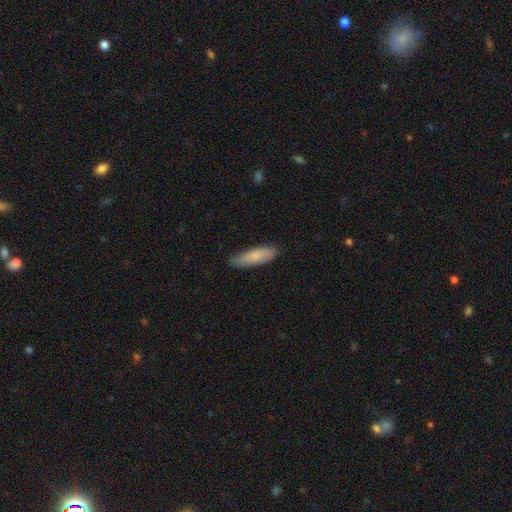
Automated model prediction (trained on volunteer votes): Q: Smooth or featured?
A: smooth (79%); runner-up: featured or disk (15%)
Q: How rounded?
A: cigar-shaped (54%); runner-up: in between (44%)
Q: Merging?
A: none (79%); runner-up: minor disturbance (17%)